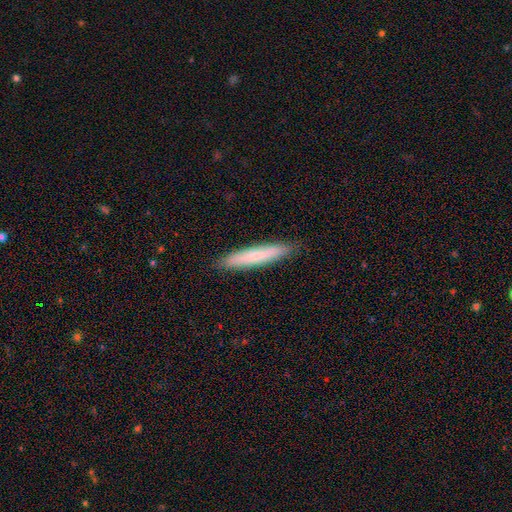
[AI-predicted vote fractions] This appears to be a smooth galaxy with no disk features (74%) that is cigar-shaped (93%). Merging: none (90%).